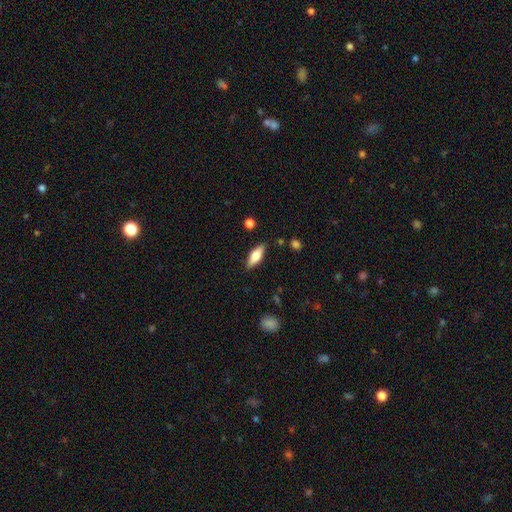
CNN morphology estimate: type=smooth (68%); roundness=in between (68%); merging=none (85%).